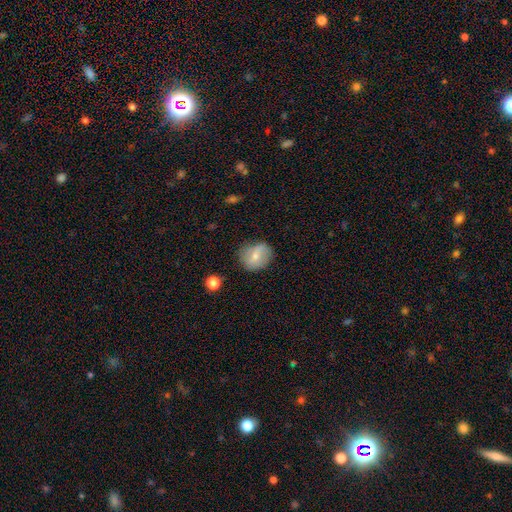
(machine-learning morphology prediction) smooth-or-featured: smooth: 57% | featured or disk: 35% | star or artifact: 8%
  how-rounded: round: 67% | in between: 32% | cigar-shaped: 1%
  merging: none: 71% | minor disturbance: 21% | major disturbance: 6% | merger: 2%